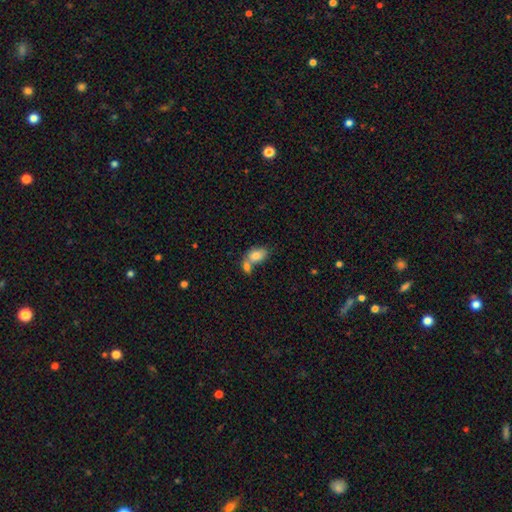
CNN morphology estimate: Smooth or featured? Predicted: smooth (p=0.81). How rounded? Predicted: in between (p=0.88). Merging? Predicted: merger (p=0.56).